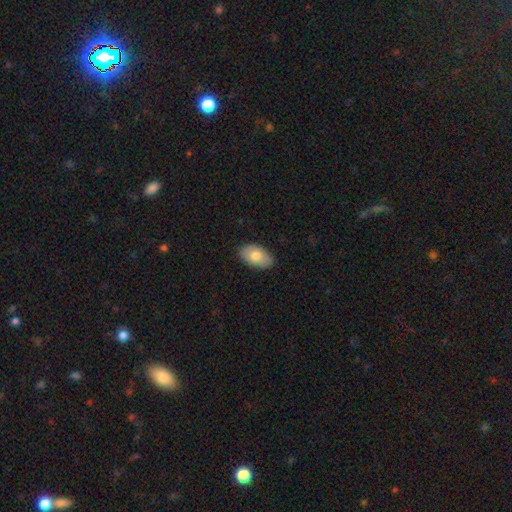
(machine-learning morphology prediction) A smooth galaxy with no disk features (78%) that is in between round and cigar-shaped (93%). Merging: none (84%).